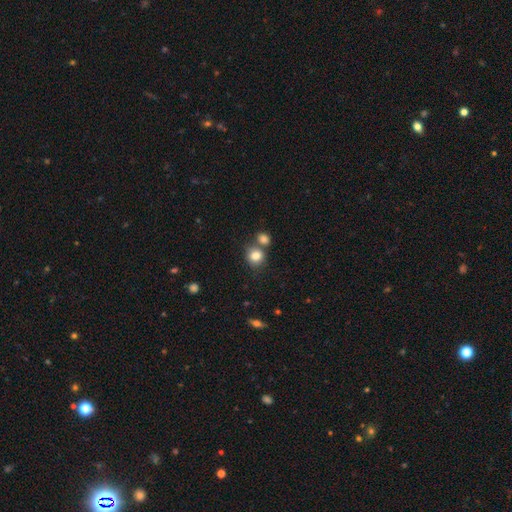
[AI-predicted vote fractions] smooth-or-featured: smooth: 82% | star or artifact: 10% | featured or disk: 8%
  how-rounded: round: 81% | in between: 18% | cigar-shaped: 1%
  merging: none: 61% | merger: 26% | minor disturbance: 10% | major disturbance: 3%